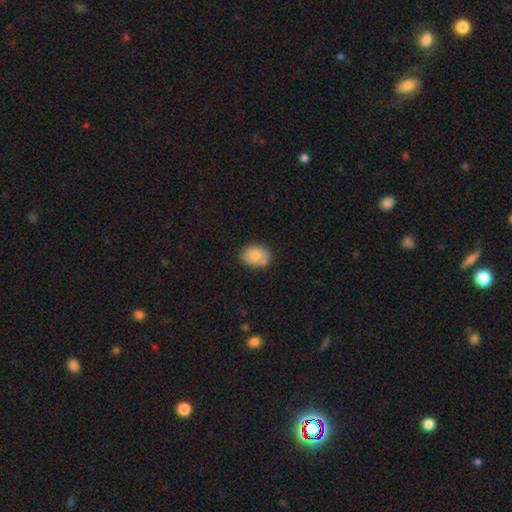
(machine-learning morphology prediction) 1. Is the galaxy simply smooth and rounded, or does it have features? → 80% smooth, 12% featured or disk, 8% star or artifact.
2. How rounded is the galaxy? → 67% in between, 32% round, 1% cigar-shaped.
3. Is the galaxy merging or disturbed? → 74% none, 17% minor disturbance, 5% merger, 3% major disturbance.